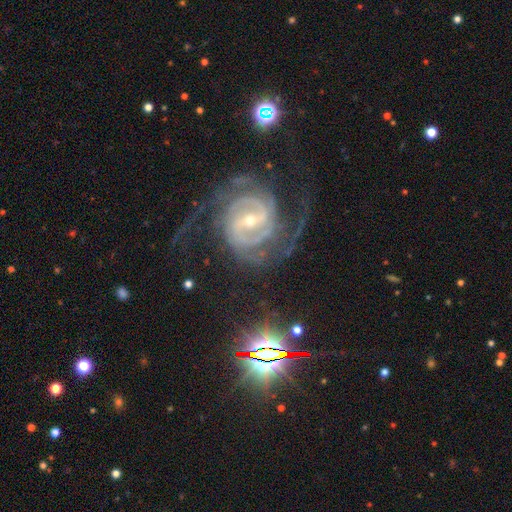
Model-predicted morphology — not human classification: smooth-or-featured: featured or disk: 86% | star or artifact: 9% | smooth: 4%
  disk-edge-on: no: 97% | yes: 3%
    bar: weak: 41% | strong: 38% | no: 21%
    has-spiral-arms: yes: 98% | no: 2%
      spiral-winding: tight: 55% | medium: 37% | loose: 8%
      spiral-arm-count: 2: 58% | 3: 14% | can't tell: 12% | 4: 6% | more than 4: 5% | 1: 5%
    bulge-size: small: 67% | moderate: 28% | large: 2% | none: 2% | dominant: 1%
  merging: none: 72% | minor disturbance: 14% | major disturbance: 12% | merger: 2%